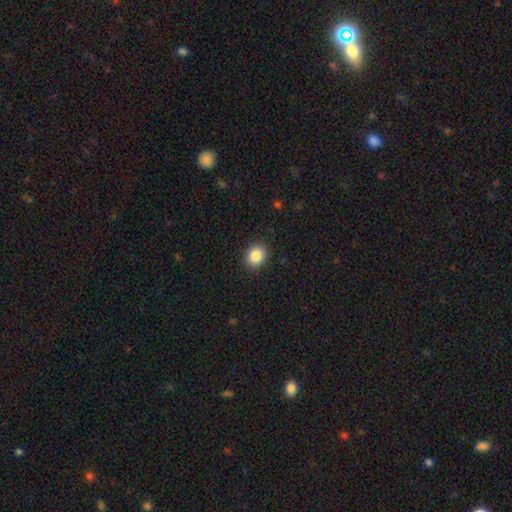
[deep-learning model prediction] Smooth or featured: smooth — 86% (star or artifact — 9%)
How rounded: round — 56% (in between — 43%)
Merging: none — 89% (minor disturbance — 8%)